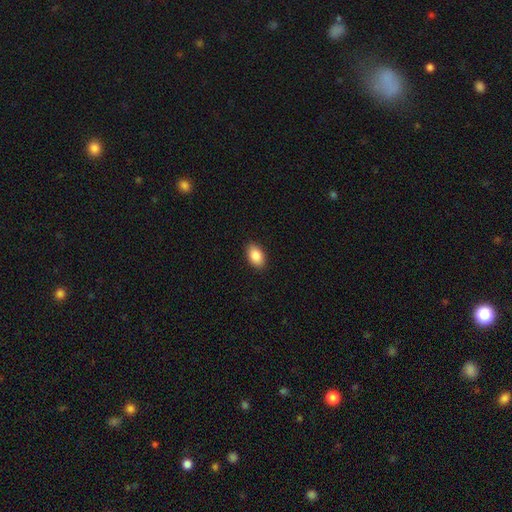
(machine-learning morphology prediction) smooth 87%, star or artifact 7%, featured or disk 6%. Down the decision tree: how rounded — in between (91%); merging — none (89%).